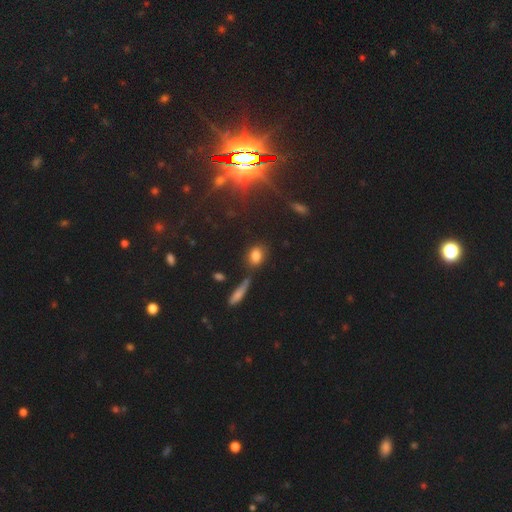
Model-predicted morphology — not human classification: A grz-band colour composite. It shows a smooth galaxy with no disk features (79%) that is in between round and cigar-shaped (66%). Merging: none (72%).